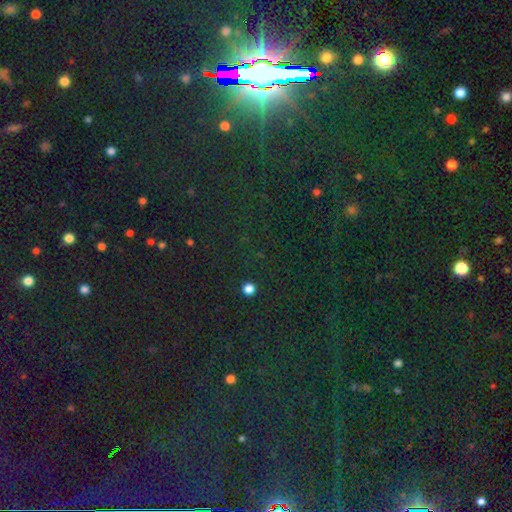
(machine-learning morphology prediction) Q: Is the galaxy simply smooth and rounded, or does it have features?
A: star or artifact — 83%.